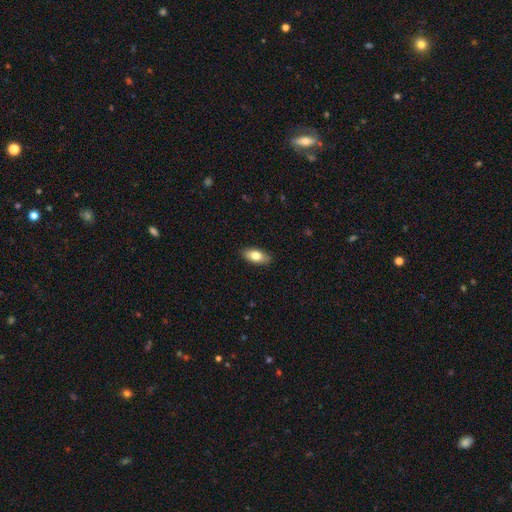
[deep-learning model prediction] Smooth or featured?
  - smooth: 77% *
  - featured or disk: 17%
  - star or artifact: 6%
How rounded?
  - in between: 88% *
  - cigar-shaped: 8%
  - round: 3%
Merging?
  - none: 88% *
  - minor disturbance: 9%
  - major disturbance: 2%
  - merger: 1%